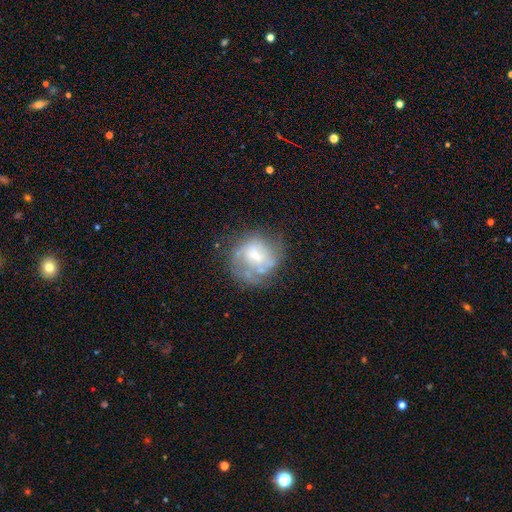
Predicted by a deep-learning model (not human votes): Smooth or featured? featured or disk (57%)
Edge-on disk? no (97%)
Bar? no (52%)
Spiral arms? yes (57%)
Bulge size? small (46%)
Merging? none (50%)